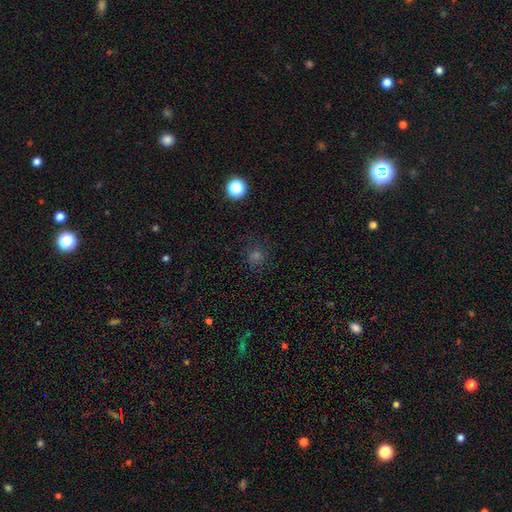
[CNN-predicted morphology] A smooth galaxy with no disk features (52%) that is round (90%). Merging: none (84%).